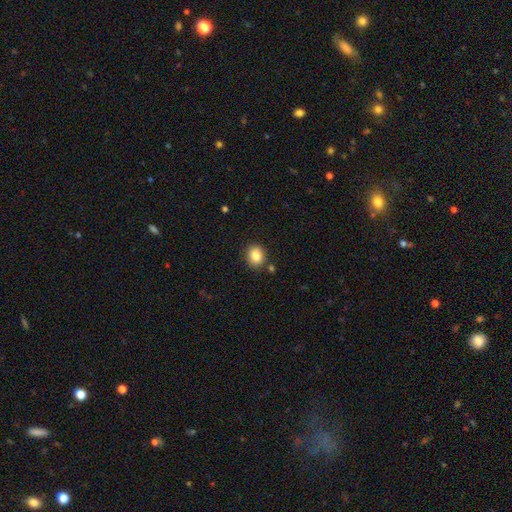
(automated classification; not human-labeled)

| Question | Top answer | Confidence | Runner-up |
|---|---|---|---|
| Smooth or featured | smooth | 85% | star or artifact (9%) |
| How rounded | round | 63% | in between (36%) |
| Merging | none | 83% | minor disturbance (10%) |